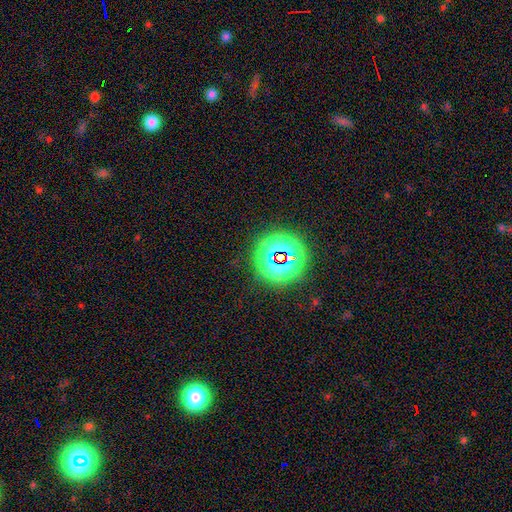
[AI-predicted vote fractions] Smooth or featured: star or artifact — 79% (smooth — 14%)